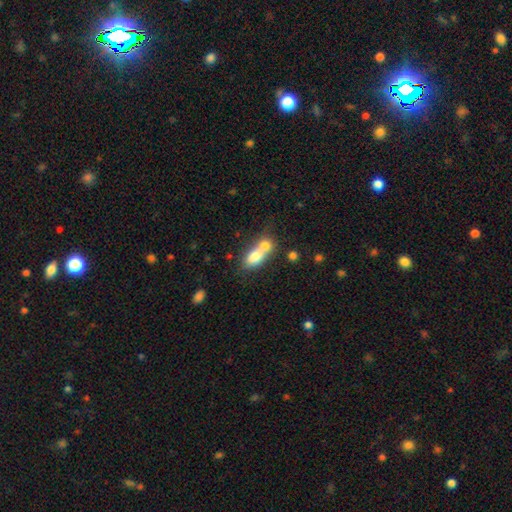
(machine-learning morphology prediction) The model was most divided on "merging": merger: 60%, none: 26%, minor disturbance: 9%, major disturbance: 5%. More confident: how rounded — in between (79%); smooth or featured — smooth (74%).